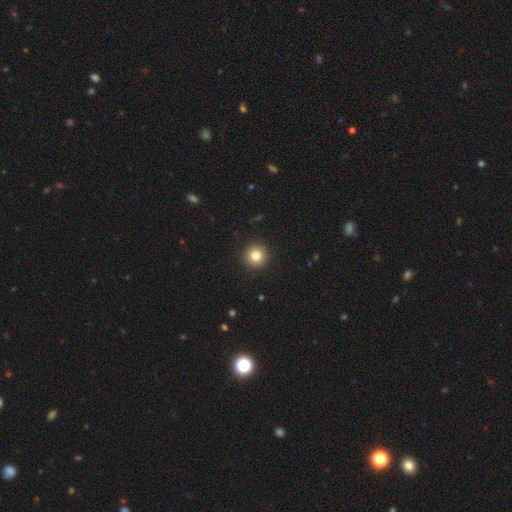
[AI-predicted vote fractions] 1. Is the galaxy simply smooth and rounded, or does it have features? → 82% smooth, 11% star or artifact, 7% featured or disk.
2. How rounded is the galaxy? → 96% round, 3% in between, 1% cigar-shaped.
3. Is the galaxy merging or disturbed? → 93% none, 4% minor disturbance, 2% major disturbance, 1% merger.